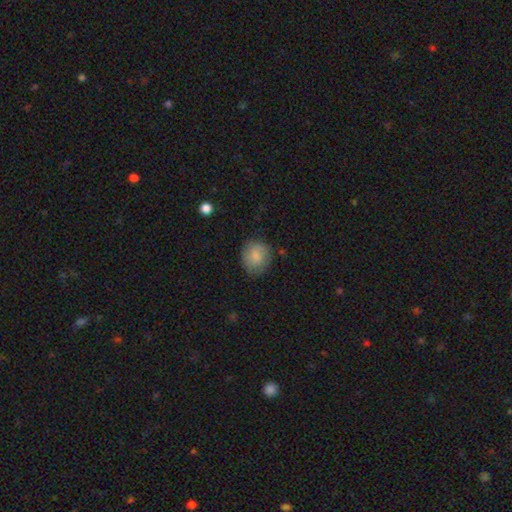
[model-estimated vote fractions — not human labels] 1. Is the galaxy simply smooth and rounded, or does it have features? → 82% smooth, 10% featured or disk, 7% star or artifact.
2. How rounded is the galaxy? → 77% round, 22% in between, 1% cigar-shaped.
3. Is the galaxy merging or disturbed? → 75% none, 18% minor disturbance, 5% major disturbance, 2% merger.